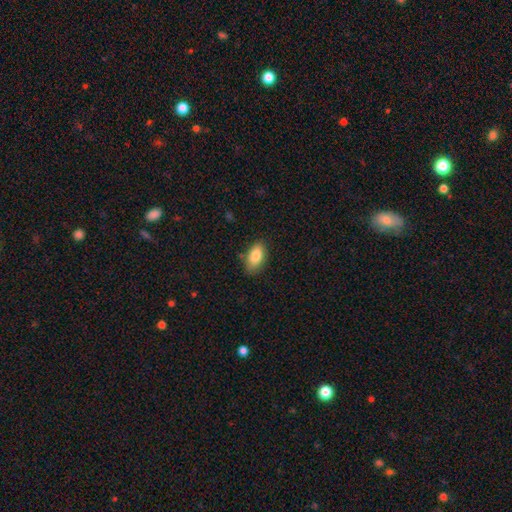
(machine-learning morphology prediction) type=smooth (85%); roundness=in between (92%); merging=none (80%).